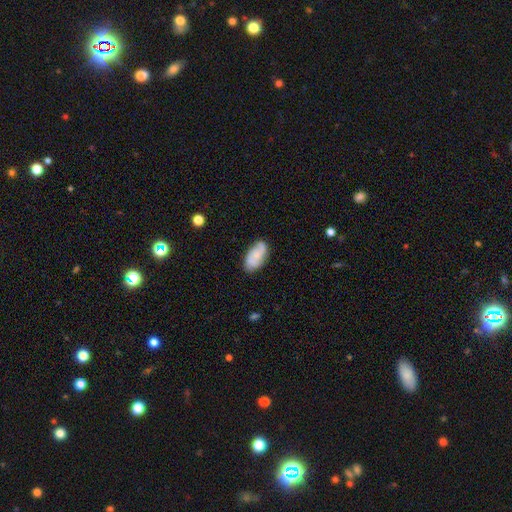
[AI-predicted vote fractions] A featured or disk galaxy (52%).

Vote fractions:
- Smooth or featured? featured or disk: 52% / smooth: 41% / star or artifact: 7%
- Edge-on disk? no: 95% / yes: 5%
- Merging? none: 77% / minor disturbance: 18% / major disturbance: 4% / merger: 2%